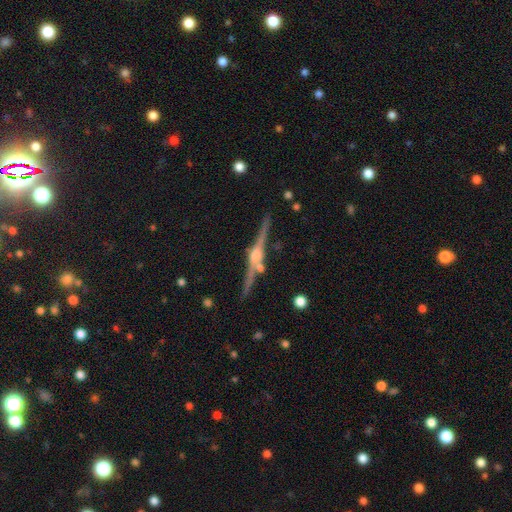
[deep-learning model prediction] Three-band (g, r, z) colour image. It shows a featured or disk galaxy (87%) viewed edge-on (98%) with a rounded central bulge (88%). Merging: none (84%).